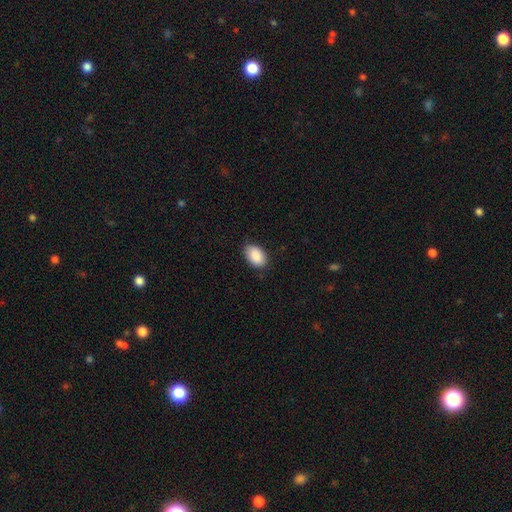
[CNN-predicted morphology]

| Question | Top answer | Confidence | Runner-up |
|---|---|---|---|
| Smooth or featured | smooth | 90% | star or artifact (6%) |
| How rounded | in between | 92% | round (7%) |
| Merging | none | 83% | minor disturbance (14%) |